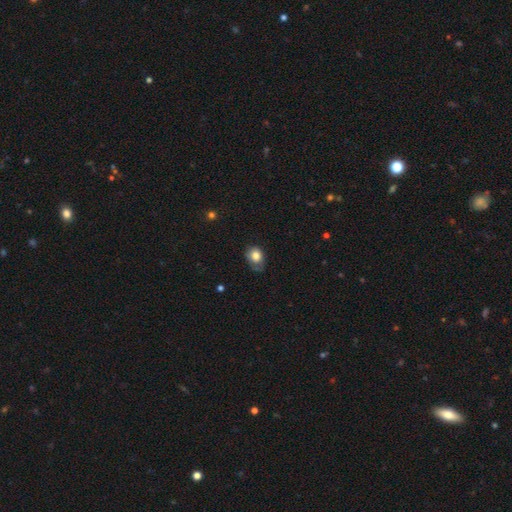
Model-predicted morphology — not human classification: Smooth or featured?
  - smooth: 80% *
  - featured or disk: 11%
  - star or artifact: 9%
How rounded?
  - in between: 57% *
  - round: 42%
  - cigar-shaped: 1%
Merging?
  - none: 54% *
  - minor disturbance: 35%
  - major disturbance: 10%
  - merger: 2%